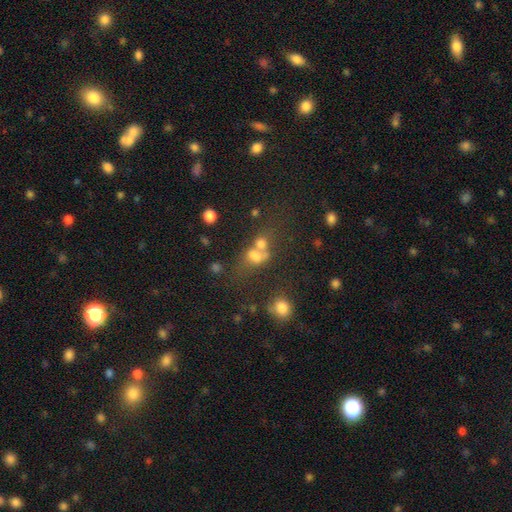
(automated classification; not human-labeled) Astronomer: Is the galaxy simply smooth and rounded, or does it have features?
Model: smooth — 59%.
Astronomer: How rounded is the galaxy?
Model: round — 50% (runner-up: in between, 47%).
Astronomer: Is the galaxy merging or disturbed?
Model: merger — 53% (runner-up: none, 29%).